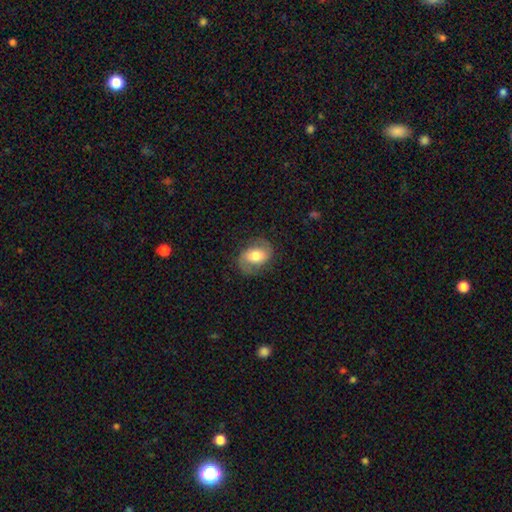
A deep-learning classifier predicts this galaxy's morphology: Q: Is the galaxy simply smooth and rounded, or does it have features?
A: featured or disk — 56%.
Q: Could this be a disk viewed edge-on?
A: no — 96%.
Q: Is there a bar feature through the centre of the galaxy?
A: no — 44%.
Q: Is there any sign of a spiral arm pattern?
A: yes — 82%.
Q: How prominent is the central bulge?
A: moderate — 59%.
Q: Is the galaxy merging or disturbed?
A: none — 77%.